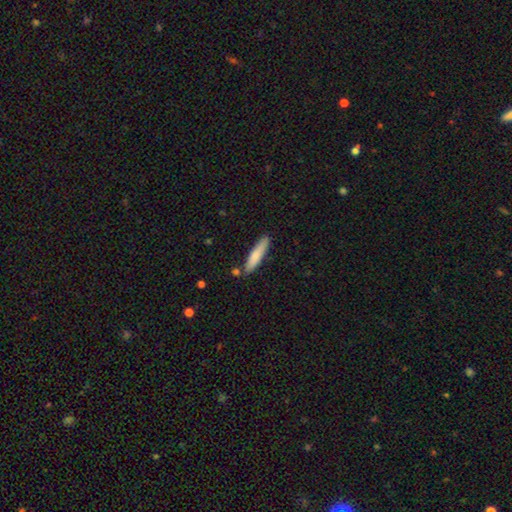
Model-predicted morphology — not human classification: Smooth or featured? Predicted: smooth (p=0.76). How rounded? Predicted: cigar-shaped (p=0.84). Merging? Predicted: none (p=0.80).